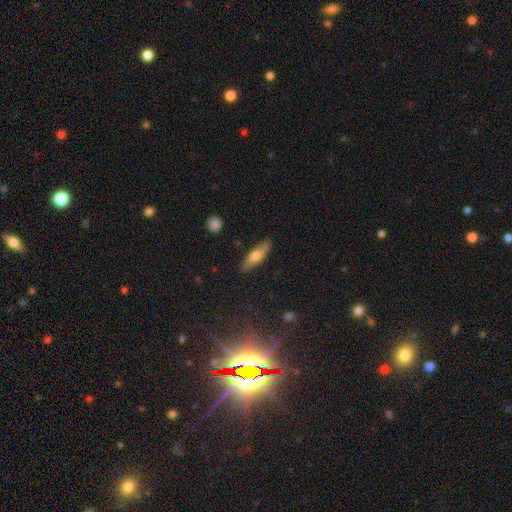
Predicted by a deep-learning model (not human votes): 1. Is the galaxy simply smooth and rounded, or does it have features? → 61% smooth, 33% featured or disk, 6% star or artifact.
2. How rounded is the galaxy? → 54% cigar-shaped, 43% in between, 3% round.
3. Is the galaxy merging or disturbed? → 85% none, 12% minor disturbance, 2% major disturbance, 1% merger.